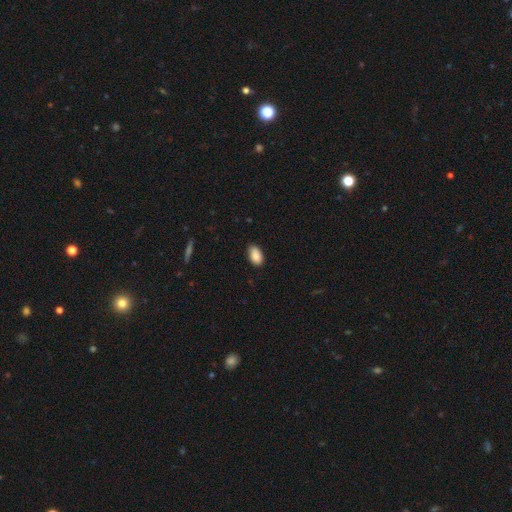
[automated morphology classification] smooth-or-featured: smooth: 88% | star or artifact: 7% | featured or disk: 5%
  how-rounded: in between: 93% | round: 6% | cigar-shaped: 2%
  merging: none: 78% | minor disturbance: 19% | major disturbance: 2% | merger: 1%